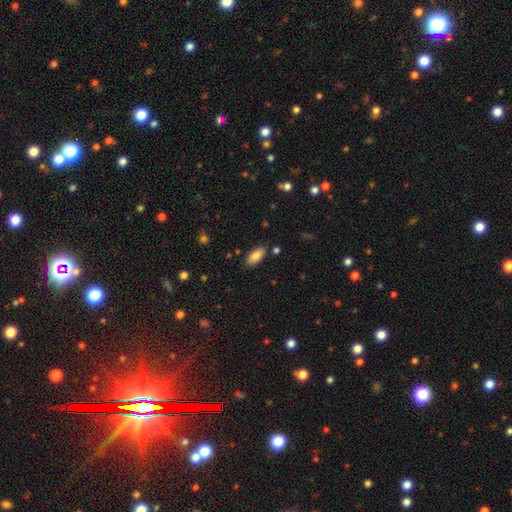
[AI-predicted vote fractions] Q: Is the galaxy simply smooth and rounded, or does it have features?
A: smooth — 83%.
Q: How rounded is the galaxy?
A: in between — 89%.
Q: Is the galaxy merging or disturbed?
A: none — 84%.